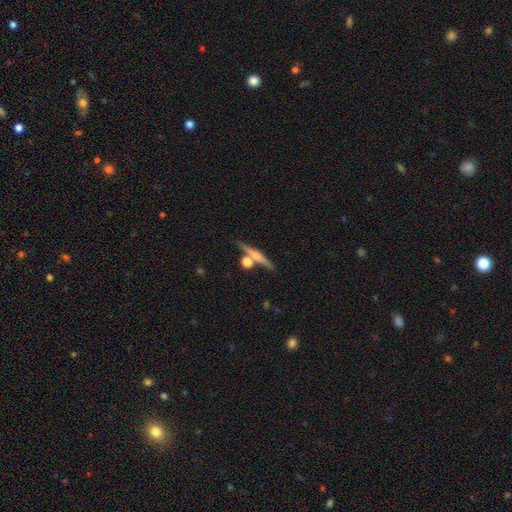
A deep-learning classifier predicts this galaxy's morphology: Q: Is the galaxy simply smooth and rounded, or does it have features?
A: featured or disk — 53%.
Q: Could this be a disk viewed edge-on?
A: yes — 94%.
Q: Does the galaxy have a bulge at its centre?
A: rounded — 62%.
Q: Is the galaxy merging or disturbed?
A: none — 70%.